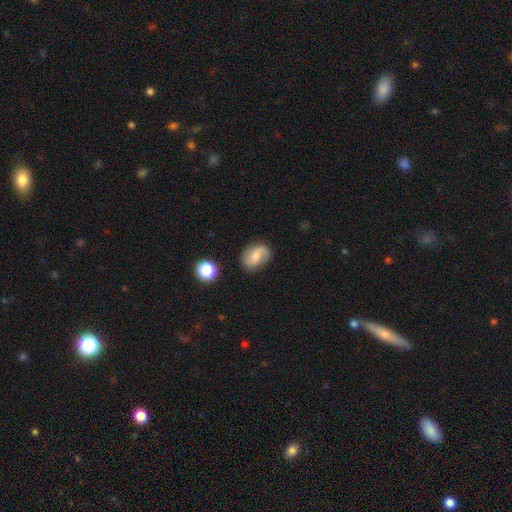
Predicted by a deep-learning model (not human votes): The model was most divided on "bulge size": moderate: 44%, small: 42%, none: 8%, large: 4%, dominant: 2%. More confident: edge-on disk — no (97%); spiral arms — yes (91%); merging — none (77%); smooth or featured — featured or disk (55%); bar — no (50%).